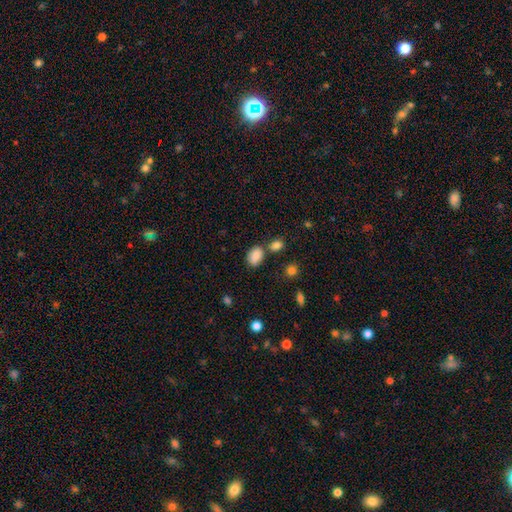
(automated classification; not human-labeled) smooth-or-featured: smooth: 84% | star or artifact: 9% | featured or disk: 7%
  how-rounded: in between: 80% | round: 19% | cigar-shaped: 1%
  merging: none: 66% | merger: 16% | minor disturbance: 14% | major disturbance: 4%